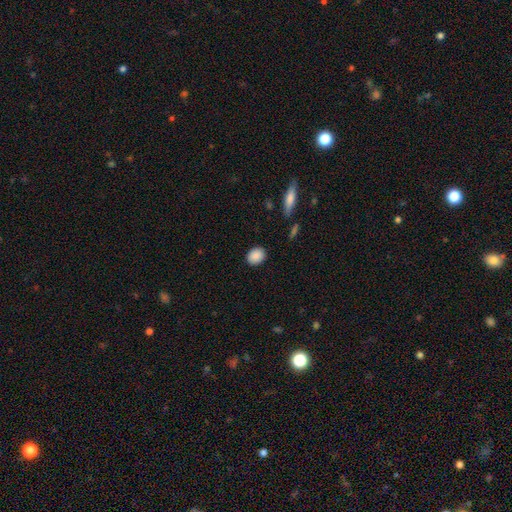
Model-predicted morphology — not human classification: Smooth or featured: smooth — 89% (star or artifact — 8%)
How rounded: in between — 53% (round — 46%)
Merging: none — 88% (minor disturbance — 8%)